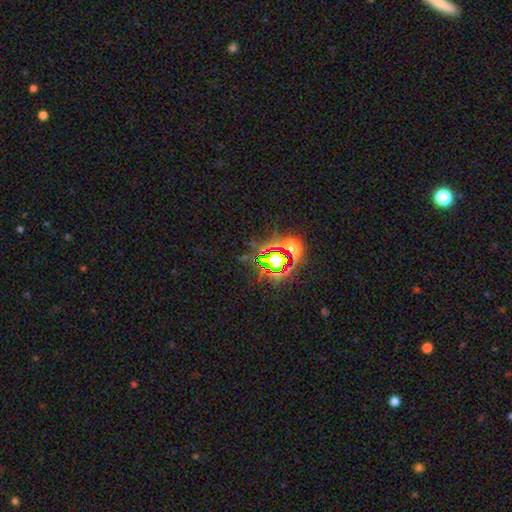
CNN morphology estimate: The model was most divided on "smooth or featured": star or artifact: 79%, smooth: 13%, featured or disk: 9%.